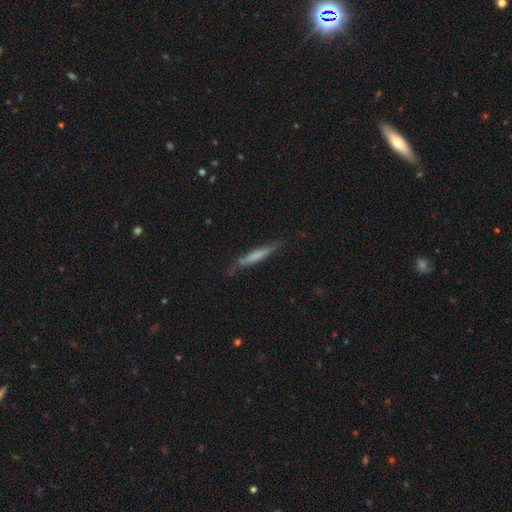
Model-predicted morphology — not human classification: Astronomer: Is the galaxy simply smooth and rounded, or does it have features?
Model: smooth — 59% (runner-up: featured or disk, 35%).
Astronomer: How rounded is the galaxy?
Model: cigar-shaped — 93%.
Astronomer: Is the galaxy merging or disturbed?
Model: none — 73%.